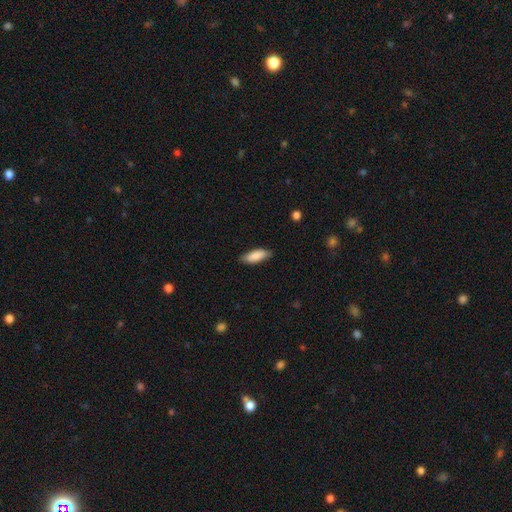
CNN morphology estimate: The model was most divided on "how rounded": in between: 69%, cigar-shaped: 30%, round: 2%. More confident: smooth or featured — smooth (86%); merging — none (83%).